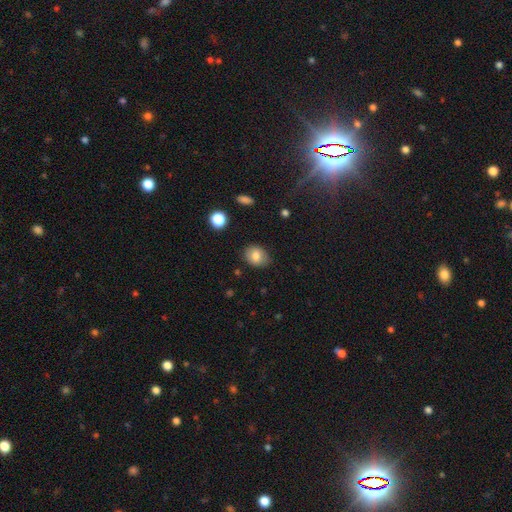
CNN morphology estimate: Smooth or featured?
  - smooth: 79% *
  - featured or disk: 12%
  - star or artifact: 9%
How rounded?
  - in between: 54% *
  - round: 45%
  - cigar-shaped: 1%
Merging?
  - none: 81% *
  - minor disturbance: 14%
  - major disturbance: 3%
  - merger: 1%